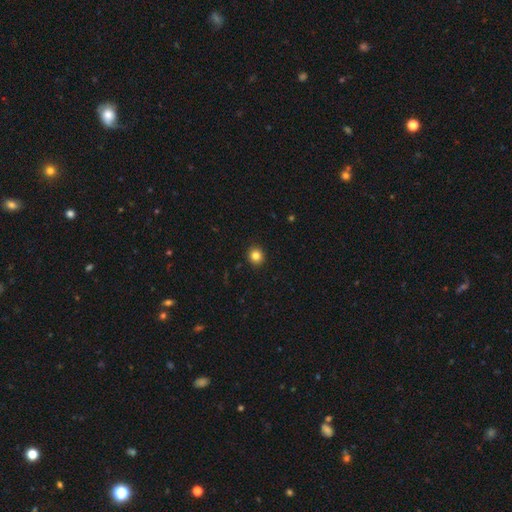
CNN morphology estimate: smooth 84%, star or artifact 11%, featured or disk 5%. Down the decision tree: how rounded — round (84%); merging — none (91%).